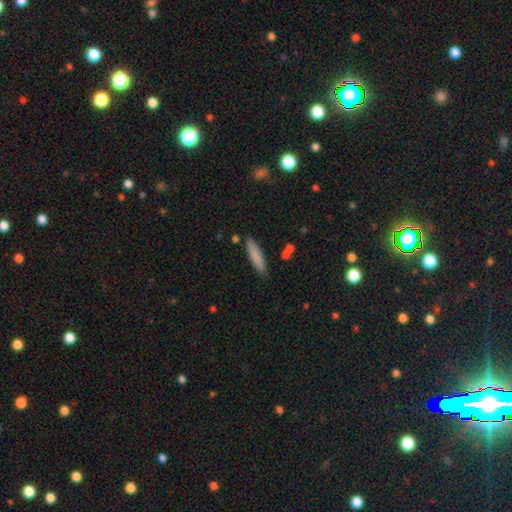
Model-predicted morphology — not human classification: Smooth or featured?
  - smooth: 82% *
  - featured or disk: 11%
  - star or artifact: 7%
How rounded?
  - cigar-shaped: 78% *
  - in between: 21%
  - round: 1%
Merging?
  - none: 83% *
  - minor disturbance: 11%
  - merger: 3%
  - major disturbance: 2%